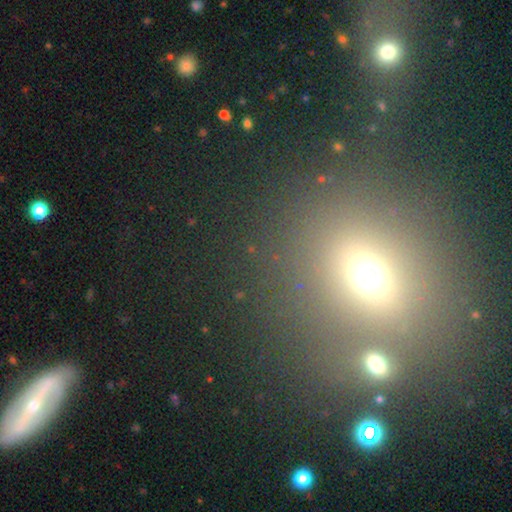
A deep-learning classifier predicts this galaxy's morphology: This appears to be a star or artifact, not a galaxy (46%).